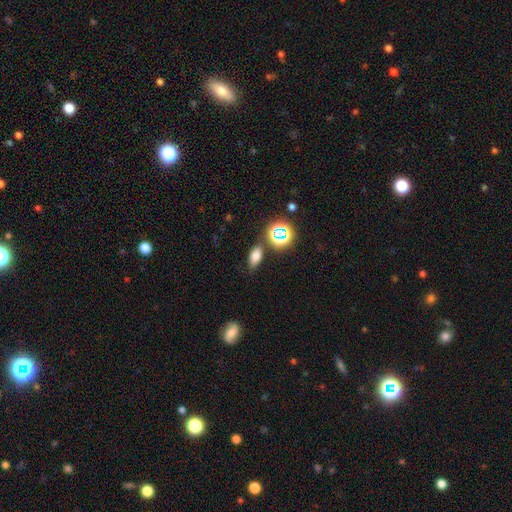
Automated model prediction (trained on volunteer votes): A smooth galaxy with no disk features (69%) that is in between round and cigar-shaped (77%).

Vote fractions:
- Smooth or featured? smooth: 69% / star or artifact: 19% / featured or disk: 12%
- How rounded? in between: 77% / round: 12% / cigar-shaped: 10%
- Merging? none: 78% / minor disturbance: 13% / merger: 5% / major disturbance: 4%